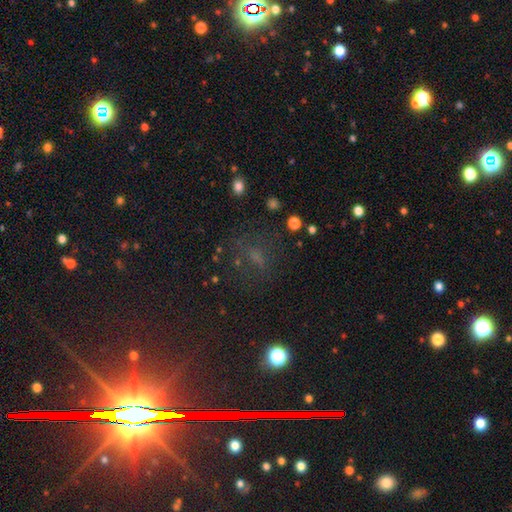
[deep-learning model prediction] This appears to be a star or artifact, not a galaxy (40%).